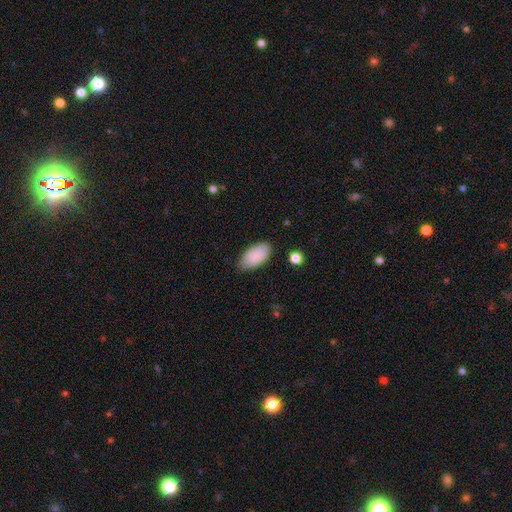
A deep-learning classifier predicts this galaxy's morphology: The model was most divided on "merging": none: 79%, minor disturbance: 16%, major disturbance: 3%, merger: 2%. More confident: how rounded — in between (94%); smooth or featured — smooth (88%).